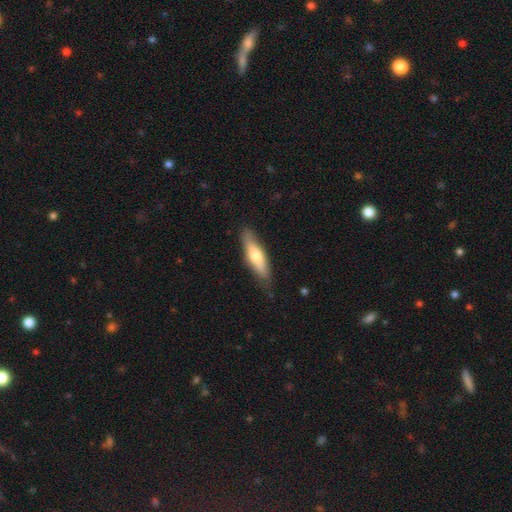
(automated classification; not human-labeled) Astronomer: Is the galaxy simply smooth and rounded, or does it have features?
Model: smooth — 61%.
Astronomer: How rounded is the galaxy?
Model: cigar-shaped — 64%.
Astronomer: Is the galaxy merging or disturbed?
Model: none — 80%.